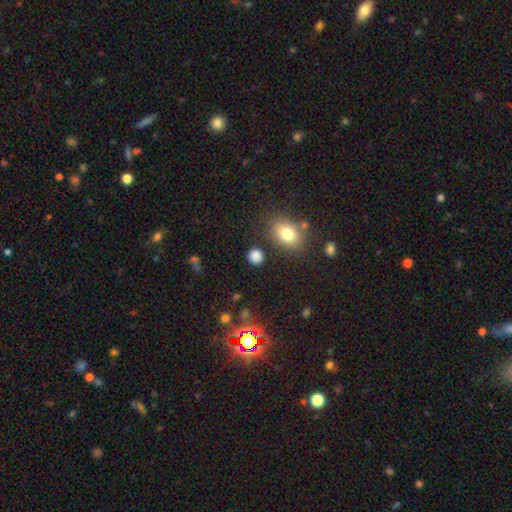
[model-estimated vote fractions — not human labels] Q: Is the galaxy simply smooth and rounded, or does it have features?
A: smooth — 82%.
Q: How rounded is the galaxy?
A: round — 82%.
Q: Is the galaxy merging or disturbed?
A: none — 84%.